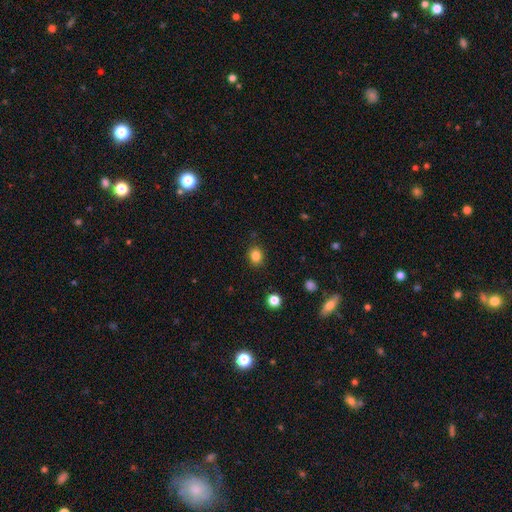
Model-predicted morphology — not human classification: Smooth or featured? smooth (84%)
How rounded? round (67%)
Merging? none (88%)